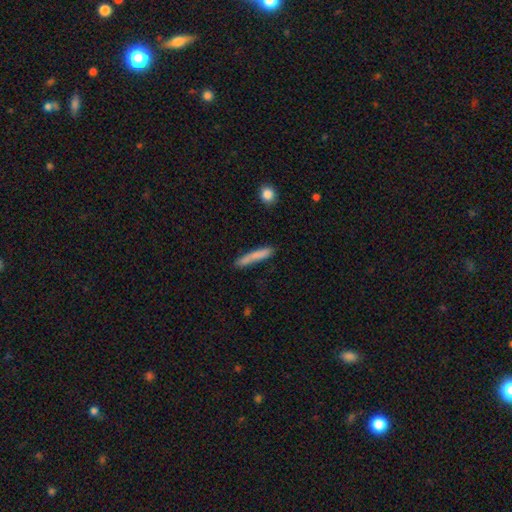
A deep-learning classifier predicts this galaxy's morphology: This is likely a smooth galaxy (77%). How rounded: clearly cigar-shaped (94%). Merging: likely none (80%).